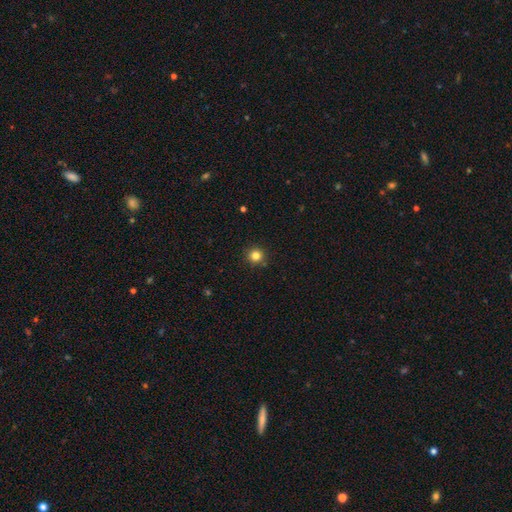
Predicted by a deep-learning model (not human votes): This is clearly a smooth galaxy (82%). How rounded: clearly round (95%). Merging: clearly none (90%).